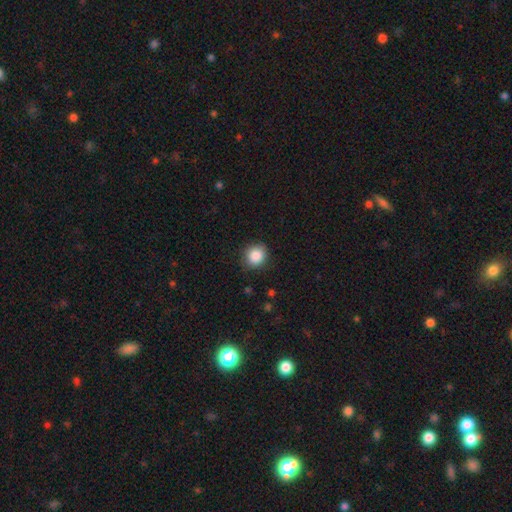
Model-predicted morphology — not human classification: A smooth galaxy with no disk features (88%) that is round (80%).

Vote fractions:
- Smooth or featured? smooth: 88% / star or artifact: 9% / featured or disk: 4%
- How rounded? round: 80% / in between: 19% / cigar-shaped: 1%
- Merging? none: 85% / minor disturbance: 11% / major disturbance: 3% / merger: 1%